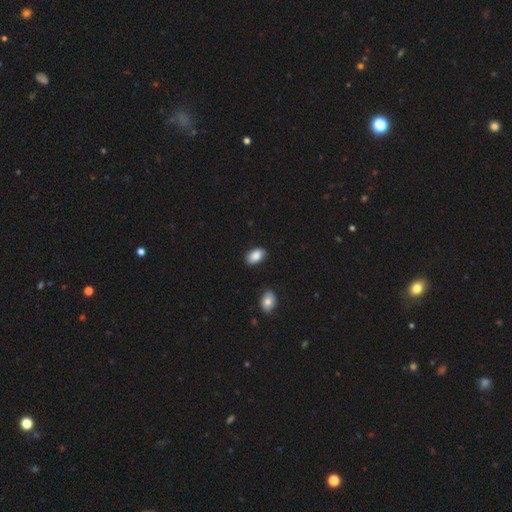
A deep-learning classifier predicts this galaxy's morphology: smooth 87%, star or artifact 7%, featured or disk 6%. Down the decision tree: how rounded — in between (93%); merging — none (82%).